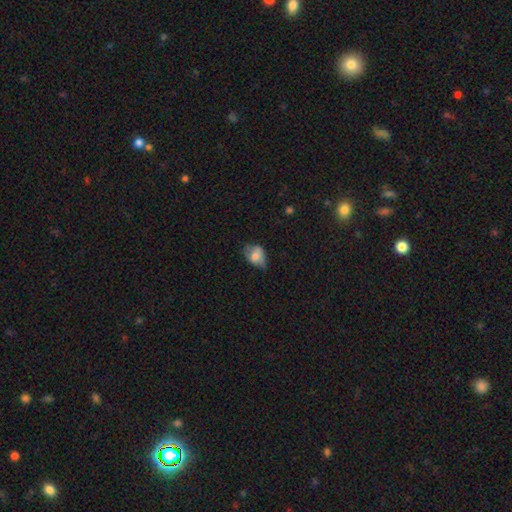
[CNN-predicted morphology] A smooth galaxy with no disk features (66%) that is in between round and cigar-shaped (75%).

Vote fractions:
- Smooth or featured? smooth: 66% / featured or disk: 25% / star or artifact: 9%
- How rounded? in between: 75% / round: 23% / cigar-shaped: 2%
- Merging? none: 46% / minor disturbance: 37% / major disturbance: 15% / merger: 2%